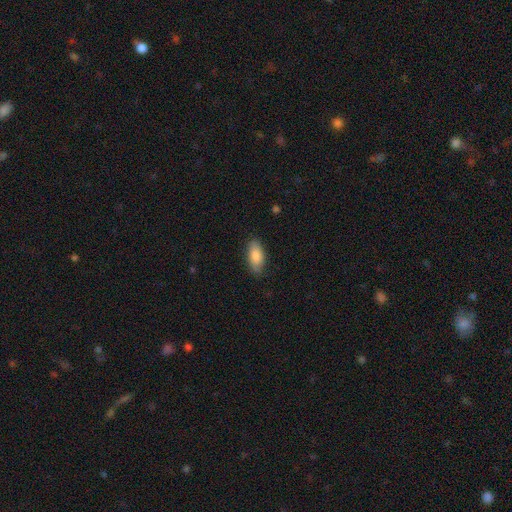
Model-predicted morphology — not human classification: The model was most divided on "merging": none: 83%, minor disturbance: 13%, major disturbance: 3%, merger: 1%. More confident: how rounded — in between (88%); smooth or featured — smooth (85%).